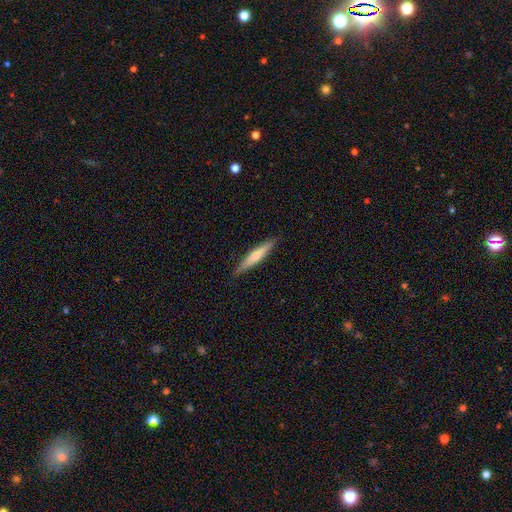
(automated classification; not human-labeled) Overall: smooth (54%; featured or disk 41%). How rounded: cigar-shaped (92%). Merging: none (89%).